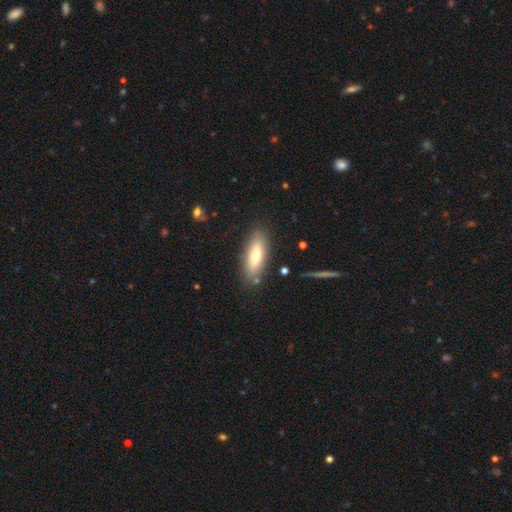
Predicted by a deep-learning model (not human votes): This is likely a smooth galaxy (69%). How rounded: likely in between (62%). Merging: clearly none (83%).